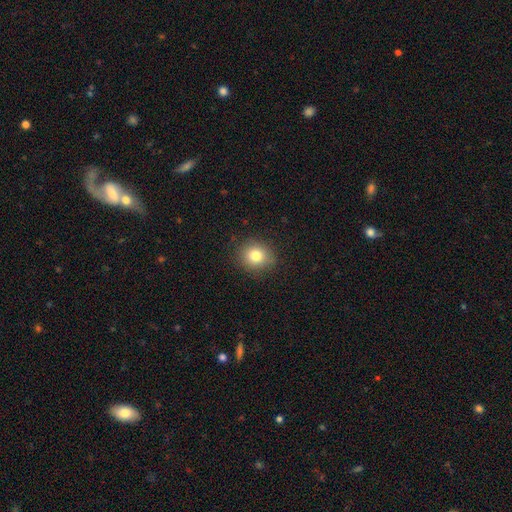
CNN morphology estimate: Smooth or featured? smooth (80%)
How rounded? round (79%)
Merging? none (87%)